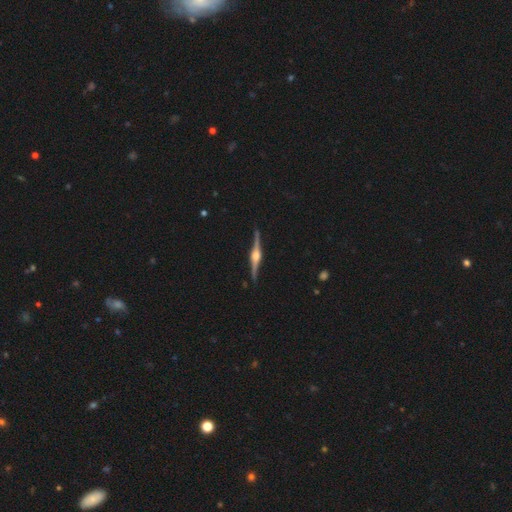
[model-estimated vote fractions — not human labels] A featured or disk galaxy (89%) viewed edge-on (98%) with a rounded central bulge (92%).

Vote fractions:
- Smooth or featured? featured or disk: 89% / smooth: 6% / star or artifact: 4%
- Edge-on disk? yes: 98% / no: 2%
- Edge-on bulge? rounded: 92% / boxy: 6% / none: 2%
- Merging? none: 91% / minor disturbance: 7% / major disturbance: 1% / merger: 1%